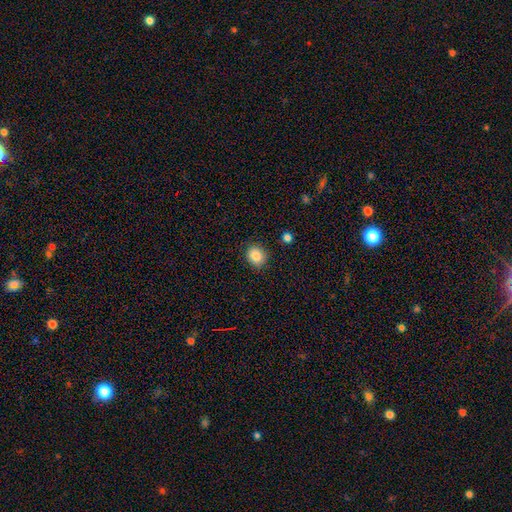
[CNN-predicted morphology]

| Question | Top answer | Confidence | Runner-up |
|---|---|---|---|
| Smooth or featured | smooth | 86% | star or artifact (9%) |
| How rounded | round | 70% | in between (29%) |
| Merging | none | 86% | minor disturbance (10%) |